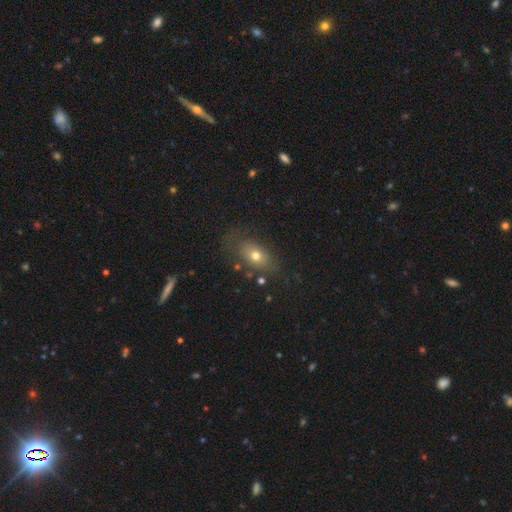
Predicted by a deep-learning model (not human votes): The model was most divided on "merging": none: 67%, minor disturbance: 19%, major disturbance: 10%, merger: 3%. More confident: how rounded — in between (78%); smooth or featured — smooth (69%).